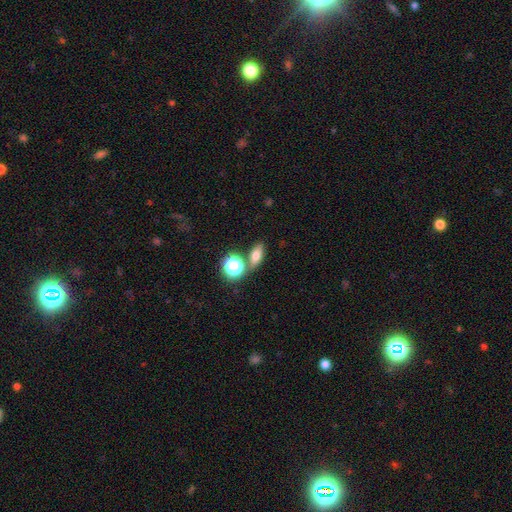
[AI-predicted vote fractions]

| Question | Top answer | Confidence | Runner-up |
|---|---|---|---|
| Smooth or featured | smooth | 68% | star or artifact (16%) |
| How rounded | in between | 67% | round (21%) |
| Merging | none | 70% | merger (15%) |